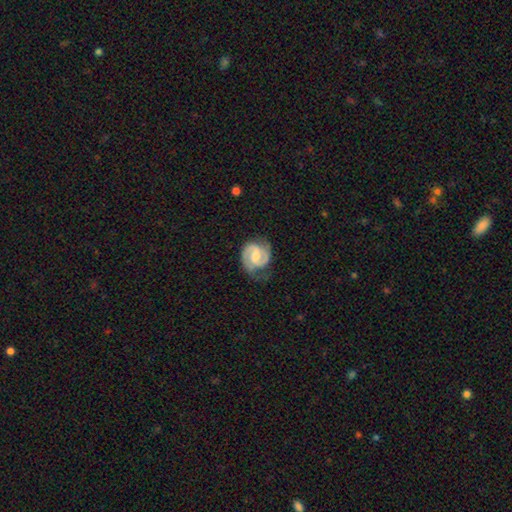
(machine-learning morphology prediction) type=featured or disk (87%); edge-on=no (98%); bar=weak (56%); spiral arms=yes (97%); winding=medium (49%); arm count=2 (90%); bulge=moderate (51%); merging=none (69%).